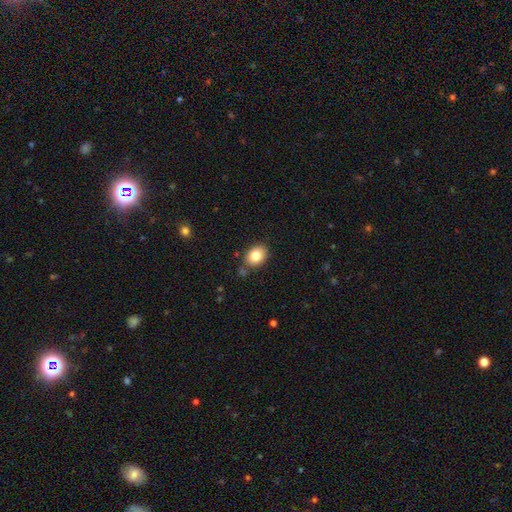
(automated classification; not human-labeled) A smooth galaxy with no disk features (82%) that is in between round and cigar-shaped (61%). Merging: none (80%).